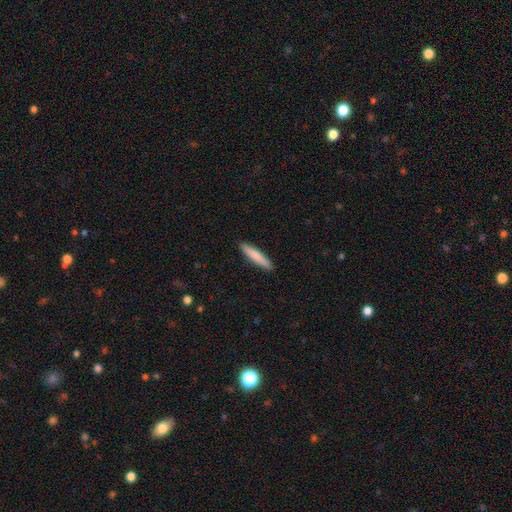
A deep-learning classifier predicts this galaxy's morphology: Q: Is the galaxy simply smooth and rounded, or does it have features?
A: smooth — 81%.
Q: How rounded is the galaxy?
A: cigar-shaped — 89%.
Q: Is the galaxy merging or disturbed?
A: none — 91%.